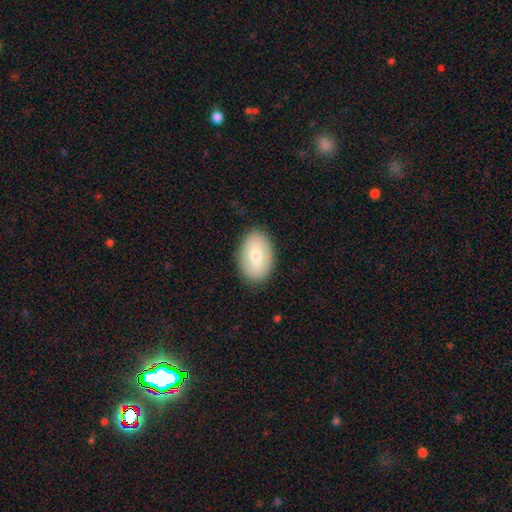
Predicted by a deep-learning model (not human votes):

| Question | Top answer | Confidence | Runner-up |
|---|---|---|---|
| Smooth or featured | smooth | 70% | featured or disk (23%) |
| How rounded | in between | 89% | round (10%) |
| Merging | none | 86% | minor disturbance (10%) |